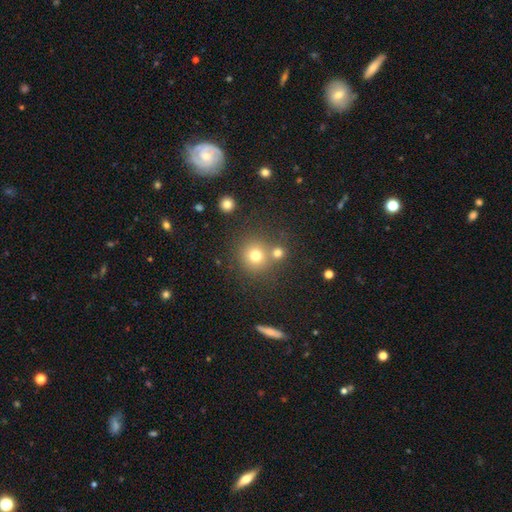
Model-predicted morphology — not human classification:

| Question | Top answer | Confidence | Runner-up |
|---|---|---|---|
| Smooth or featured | smooth | 75% | star or artifact (16%) |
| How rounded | round | 91% | in between (8%) |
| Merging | none | 67% | merger (22%) |